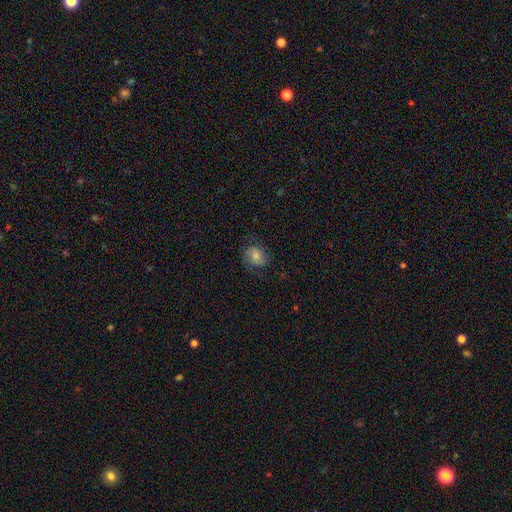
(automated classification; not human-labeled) Smooth or featured? featured or disk (54%)
Edge-on disk? no (97%)
Bar? no (56%)
Spiral arms? yes (89%)
Bulge size? moderate (56%)
Merging? none (74%)